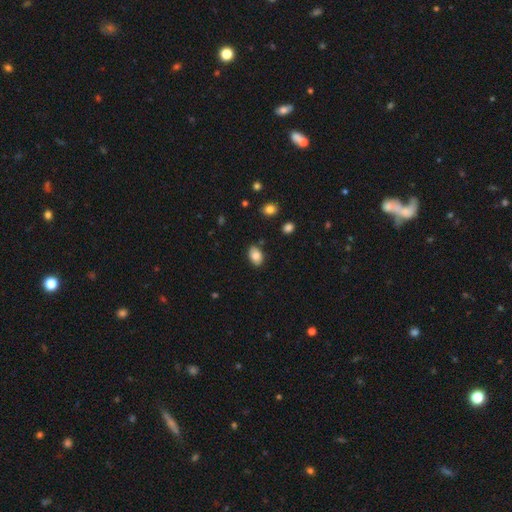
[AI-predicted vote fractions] The model was most divided on "merging": none: 83%, minor disturbance: 12%, major disturbance: 2%, merger: 2%. More confident: how rounded — in between (87%); smooth or featured — smooth (82%).